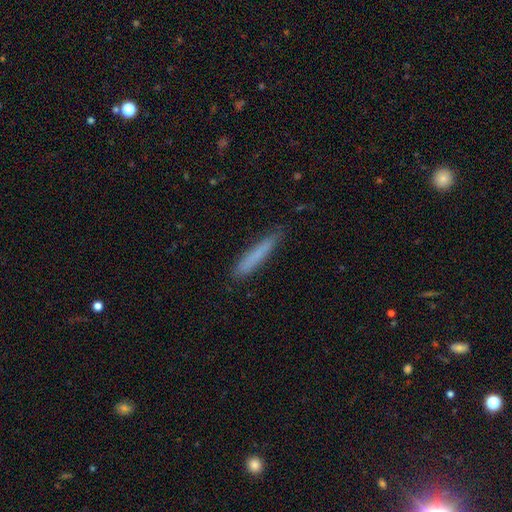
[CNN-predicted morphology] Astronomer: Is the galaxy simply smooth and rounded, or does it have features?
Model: smooth — 76%.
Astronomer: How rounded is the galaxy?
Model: cigar-shaped — 95%.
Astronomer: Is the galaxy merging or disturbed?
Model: none — 84%.